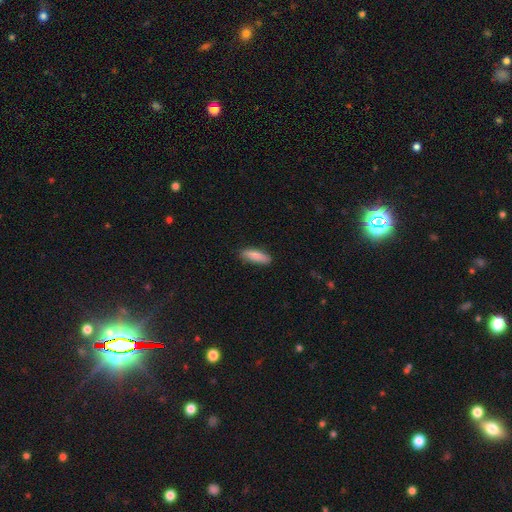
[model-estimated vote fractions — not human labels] smooth-or-featured: smooth: 86% | featured or disk: 8% | star or artifact: 6%
  how-rounded: cigar-shaped: 50% | in between: 49% | round: 2%
  merging: none: 86% | minor disturbance: 11% | major disturbance: 2% | merger: 1%